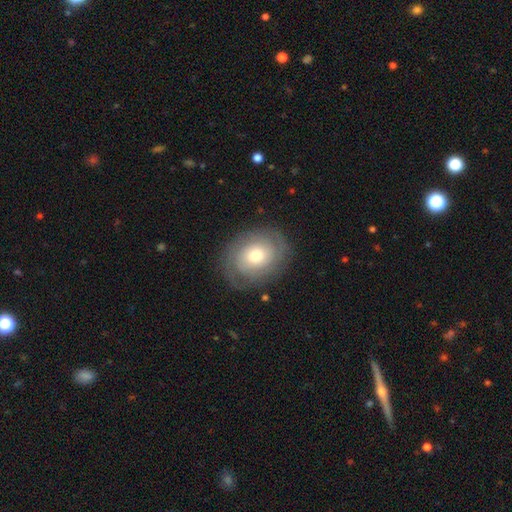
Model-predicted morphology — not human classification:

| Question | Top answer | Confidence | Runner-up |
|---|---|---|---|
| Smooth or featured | featured or disk | 59% | smooth (34%) |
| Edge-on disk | no | 96% | yes (4%) |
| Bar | no | 81% | weak (15%) |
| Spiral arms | yes | 77% | no (23%) |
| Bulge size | moderate | 62% | small (26%) |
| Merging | none | 81% | minor disturbance (13%) |